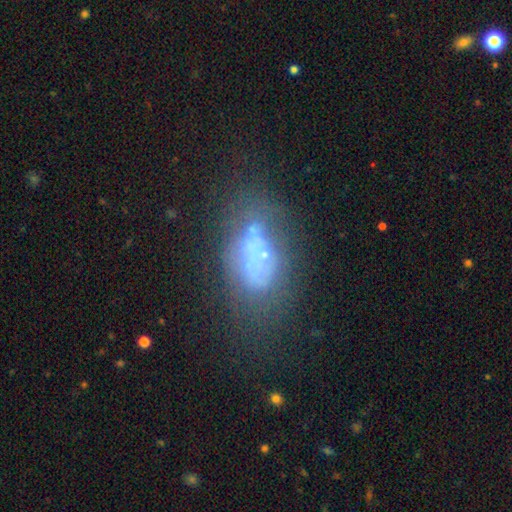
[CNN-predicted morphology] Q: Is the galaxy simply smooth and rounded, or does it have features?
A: smooth — 45%.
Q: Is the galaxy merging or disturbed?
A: none — 37%.